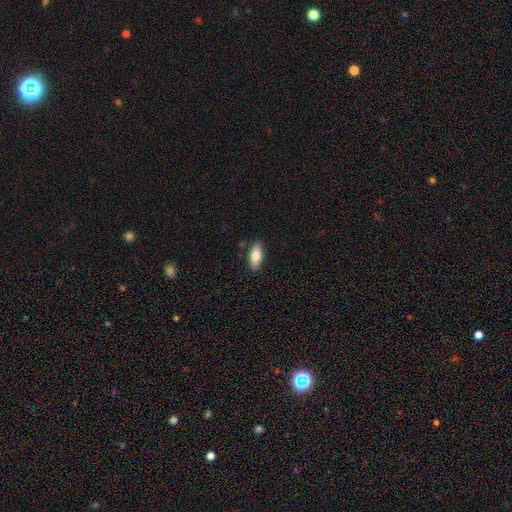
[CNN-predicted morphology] This appears to be a smooth galaxy with no disk features (77%) that is in between round and cigar-shaped (80%). Merging: none (86%).